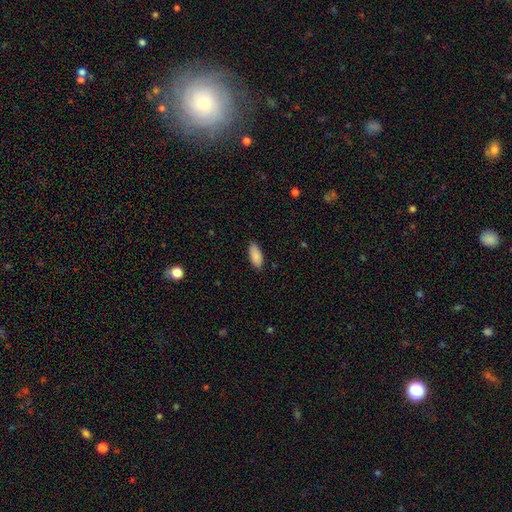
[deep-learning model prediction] Smooth or featured? smooth (89%)
How rounded? in between (83%)
Merging? none (87%)